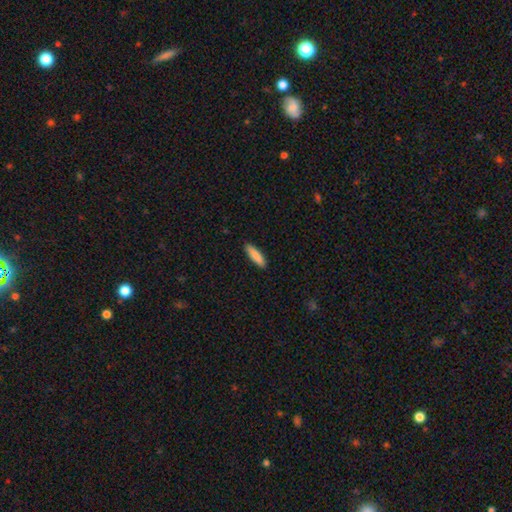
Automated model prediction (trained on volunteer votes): Smooth or featured: smooth — 87% (featured or disk — 8%)
How rounded: cigar-shaped — 71% (in between — 27%)
Merging: none — 90% (minor disturbance — 7%)